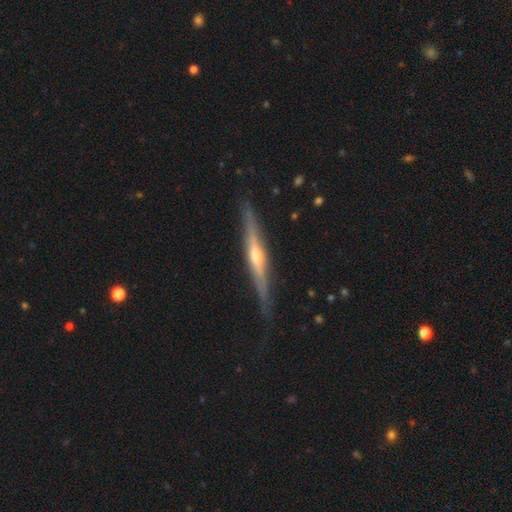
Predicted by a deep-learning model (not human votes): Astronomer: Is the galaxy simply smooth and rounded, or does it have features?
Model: featured or disk — 75%.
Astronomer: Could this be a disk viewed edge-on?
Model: yes — 97%.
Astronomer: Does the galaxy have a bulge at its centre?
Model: rounded — 74%.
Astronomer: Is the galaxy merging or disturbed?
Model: none — 84%.